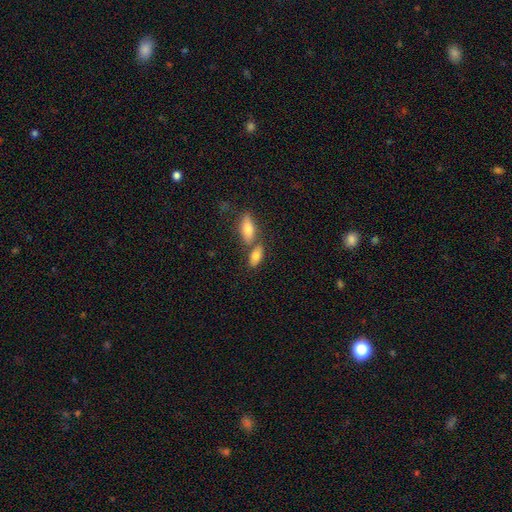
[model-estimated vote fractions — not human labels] smooth-or-featured: smooth: 78% | featured or disk: 14% | star or artifact: 7%
  how-rounded: in between: 85% | cigar-shaped: 11% | round: 4%
  merging: none: 51% | merger: 34% | minor disturbance: 11% | major disturbance: 4%